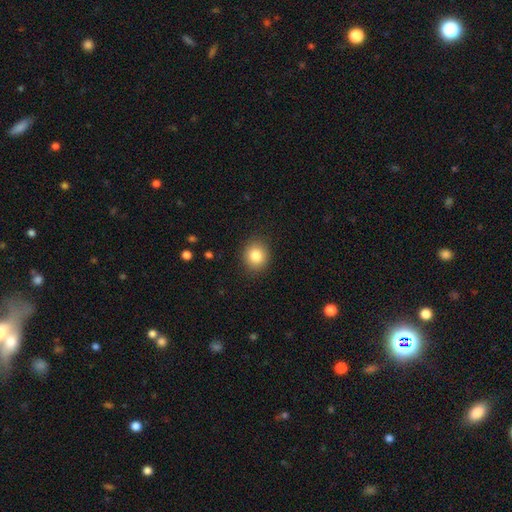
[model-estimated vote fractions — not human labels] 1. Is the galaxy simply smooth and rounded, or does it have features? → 83% smooth, 10% star or artifact, 7% featured or disk.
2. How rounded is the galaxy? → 77% round, 22% in between, 1% cigar-shaped.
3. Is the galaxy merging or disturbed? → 89% none, 8% minor disturbance, 2% major disturbance, 1% merger.